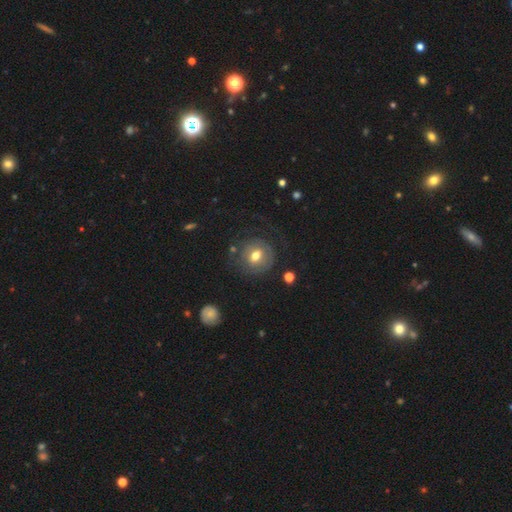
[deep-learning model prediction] Smooth or featured? Predicted: smooth (p=0.53). How rounded? Predicted: round (p=0.84). Merging? Predicted: none (p=0.66).